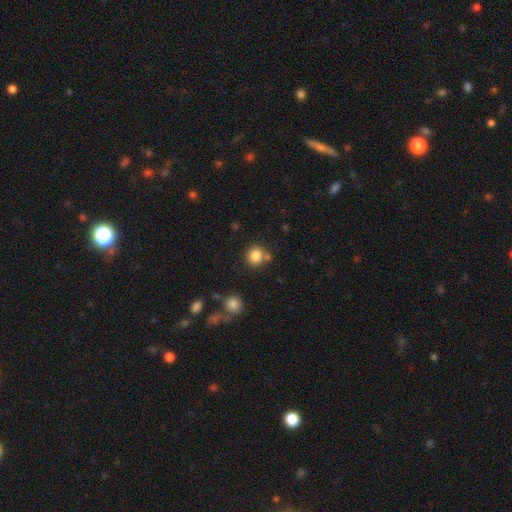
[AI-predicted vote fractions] Smooth or featured? Predicted: smooth (p=0.83). How rounded? Predicted: round (p=0.88). Merging? Predicted: none (p=0.74).